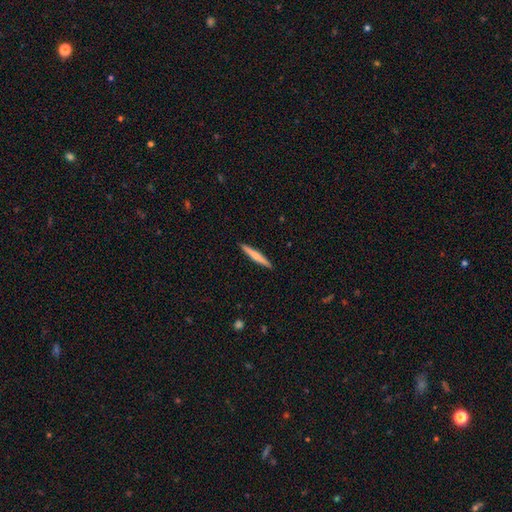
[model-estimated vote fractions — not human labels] Smooth or featured?
  - smooth: 55% *
  - featured or disk: 40%
  - star or artifact: 5%
How rounded?
  - cigar-shaped: 95% *
  - in between: 4%
  - round: 1%
Merging?
  - none: 92% *
  - minor disturbance: 6%
  - major disturbance: 1%
  - merger: 1%